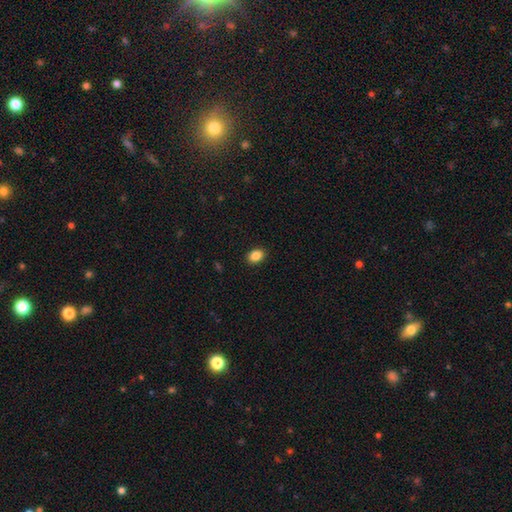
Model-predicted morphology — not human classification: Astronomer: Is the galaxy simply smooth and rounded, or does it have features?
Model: smooth — 87%.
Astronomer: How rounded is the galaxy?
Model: in between — 74%.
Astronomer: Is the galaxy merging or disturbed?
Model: none — 90%.